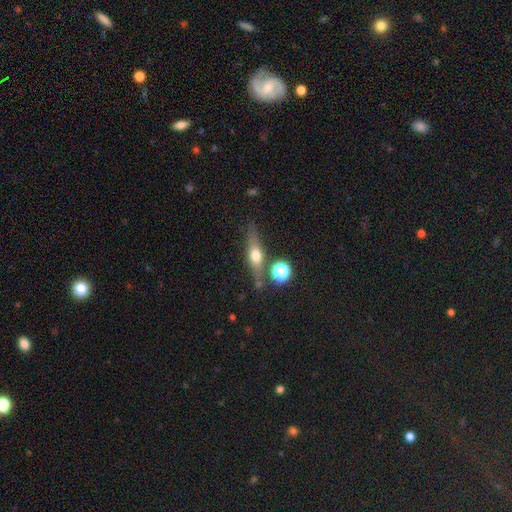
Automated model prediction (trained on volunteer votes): smooth_or_featured: featured or disk (p=0.49) [alt: smooth p=0.40]
merging: none (p=0.74) [alt: minor disturbance p=0.14]